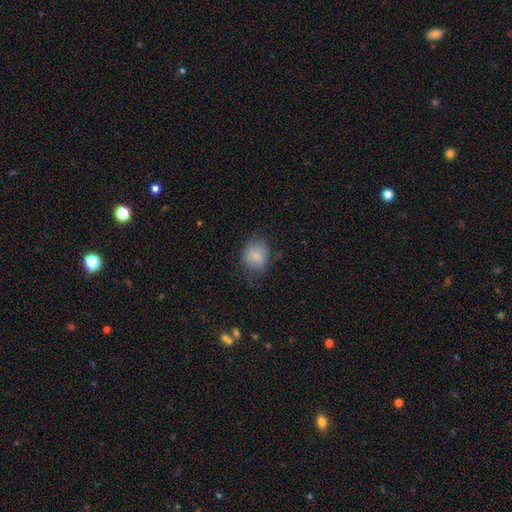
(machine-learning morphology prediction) A smooth galaxy with no disk features (80%) that is round (55%). Merging: none (63%).